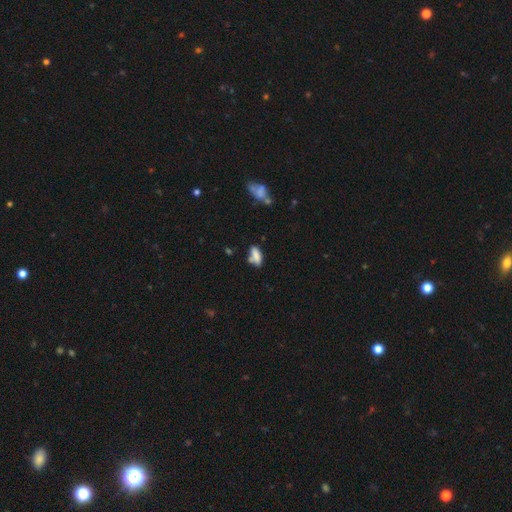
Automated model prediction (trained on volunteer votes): Smooth or featured? Predicted: smooth (p=0.79). How rounded? Predicted: in between (p=0.80). Merging? Predicted: none (p=0.54).